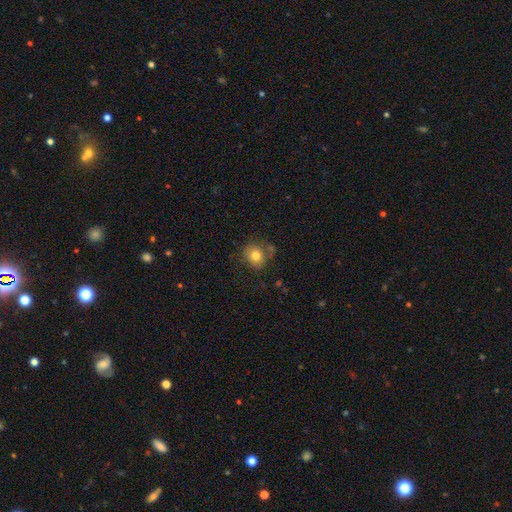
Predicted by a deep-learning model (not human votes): This is likely a smooth galaxy (79%). How rounded: likely round (72%). Merging: likely none (70%).